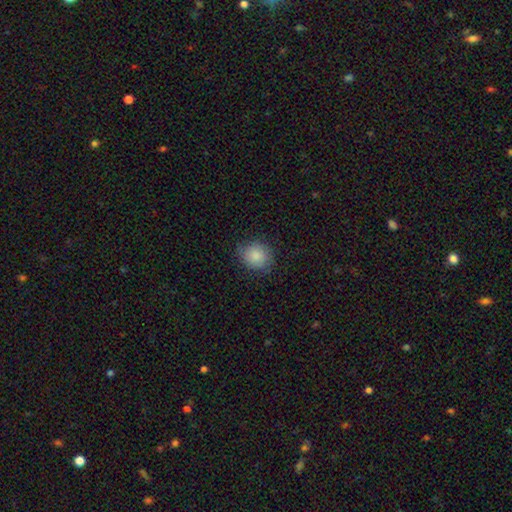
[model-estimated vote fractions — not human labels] smooth 84%, featured or disk 8%, star or artifact 8%. Down the decision tree: how rounded — round (77%); merging — none (75%).